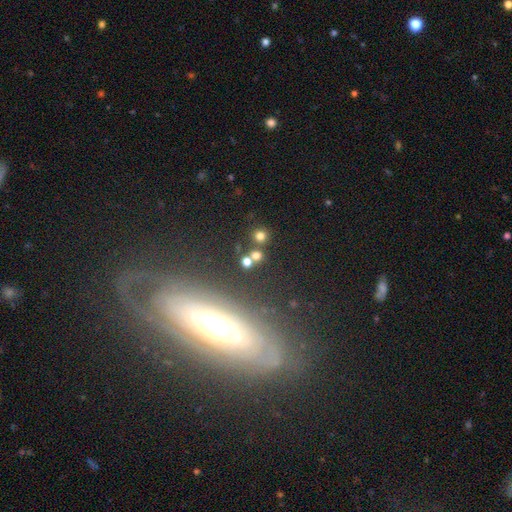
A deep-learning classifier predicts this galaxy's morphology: Smooth or featured: smooth — 67% (star or artifact — 25%)
How rounded: round — 89% (in between — 10%)
Merging: none — 72% (merger — 17%)